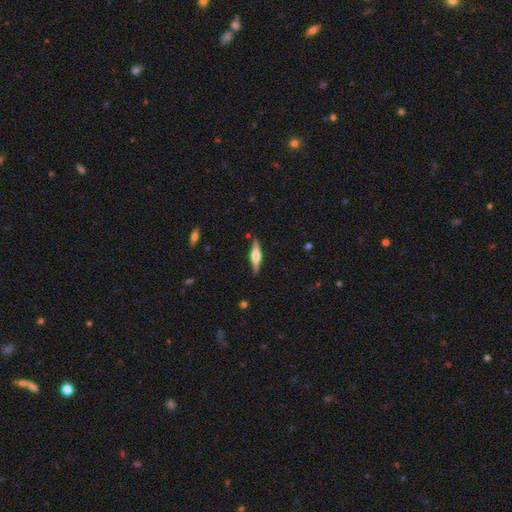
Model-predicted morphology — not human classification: featured or disk 60%, smooth 34%, star or artifact 6%. Down the decision tree: edge-on disk — yes (97%); edge-on bulge — rounded (79%); merging — none (88%).